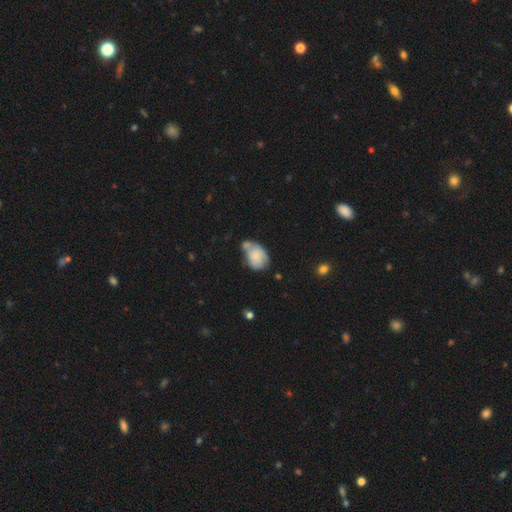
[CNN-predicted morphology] smooth 69%, featured or disk 23%, star or artifact 8%. Down the decision tree: how rounded — in between (73%); merging — none (32%).